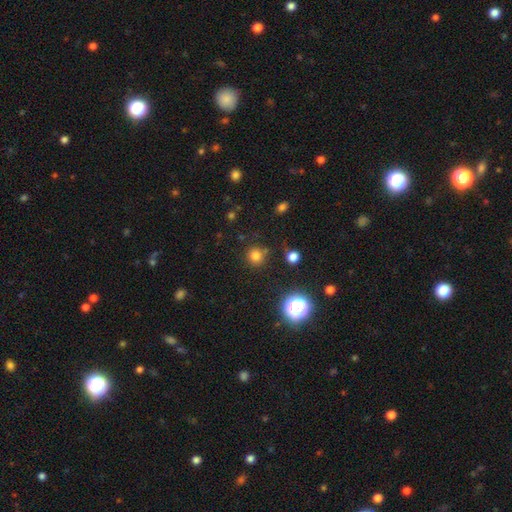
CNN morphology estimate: A smooth galaxy with no disk features (77%) that is round (93%).

Vote fractions:
- Smooth or featured? smooth: 77% / star or artifact: 18% / featured or disk: 5%
- How rounded? round: 93% / in between: 6% / cigar-shaped: 1%
- Merging? none: 83% / minor disturbance: 9% / merger: 5% / major disturbance: 3%